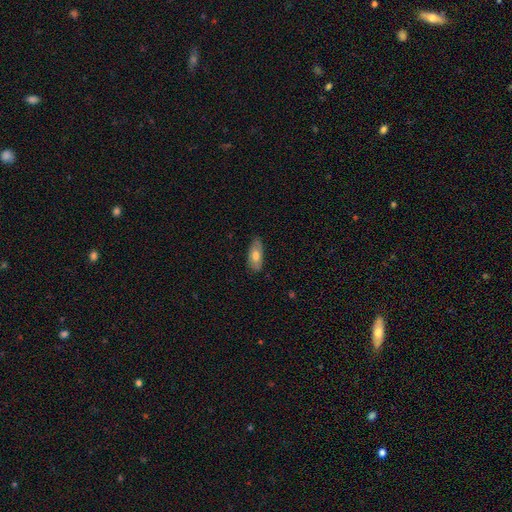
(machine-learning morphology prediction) smooth_or_featured: smooth (p=0.69) [alt: featured or disk p=0.25]
how_rounded: in between (p=0.86) [alt: cigar-shaped p=0.11]
merging: none (p=0.81) [alt: minor disturbance p=0.16]